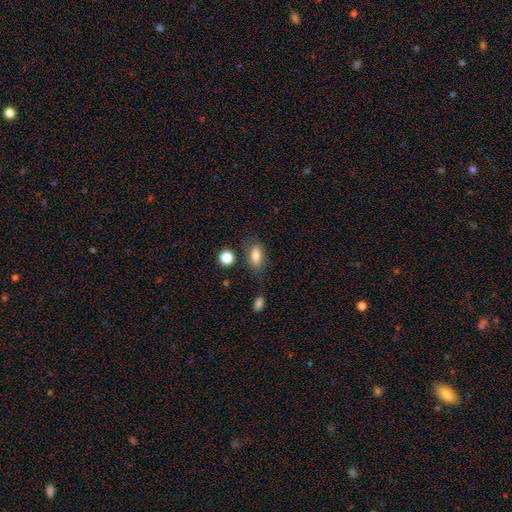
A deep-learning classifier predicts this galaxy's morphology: smooth-or-featured: smooth: 81% | featured or disk: 10% | star or artifact: 9%
  how-rounded: in between: 83% | cigar-shaped: 9% | round: 8%
  merging: none: 72% | minor disturbance: 17% | major disturbance: 6% | merger: 5%